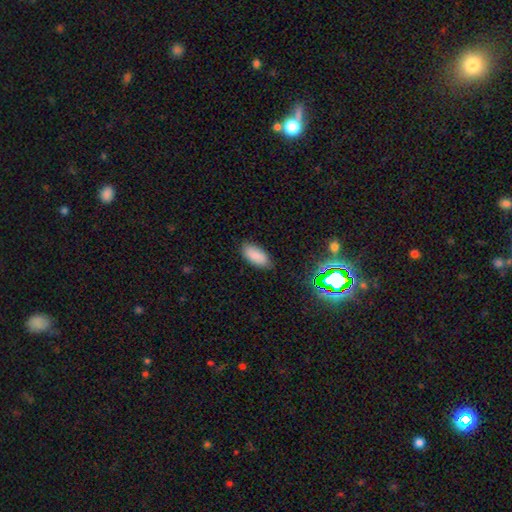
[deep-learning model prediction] Morphology: type=smooth (85%); roundness=in between (91%); merging=none (82%).